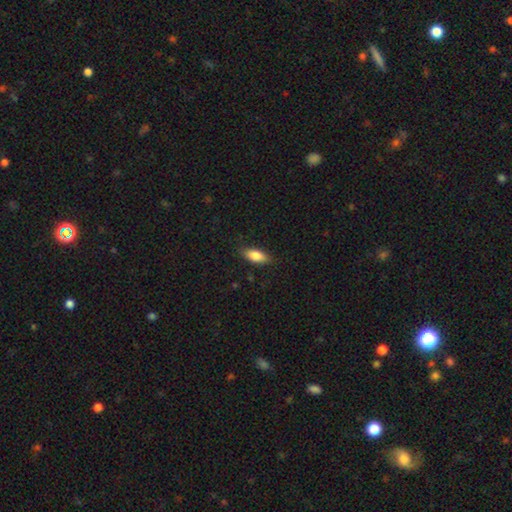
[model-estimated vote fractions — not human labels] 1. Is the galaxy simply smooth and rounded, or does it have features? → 84% smooth, 9% featured or disk, 7% star or artifact.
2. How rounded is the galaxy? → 85% in between, 13% cigar-shaped, 3% round.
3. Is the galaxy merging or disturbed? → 84% none, 12% minor disturbance, 3% major disturbance, 1% merger.